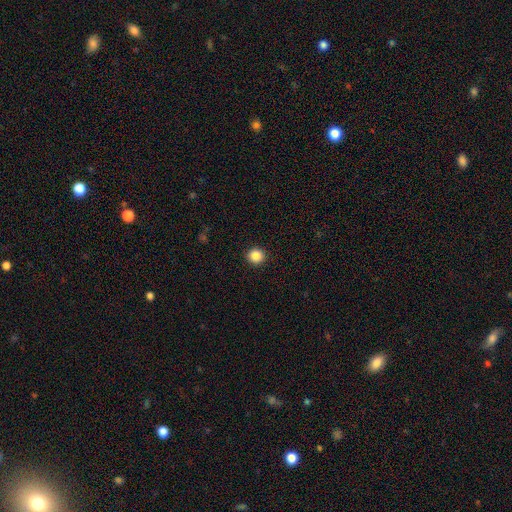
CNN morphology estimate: type=smooth (87%); roundness=round (93%); merging=none (93%).